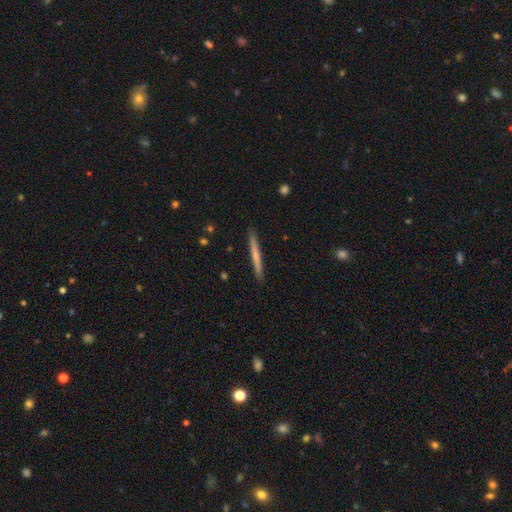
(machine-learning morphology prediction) Smooth or featured? smooth (58%)
How rounded? cigar-shaped (97%)
Merging? none (91%)